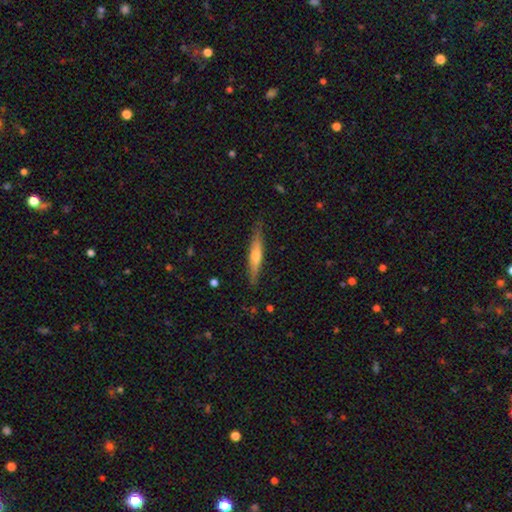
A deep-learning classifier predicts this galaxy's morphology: A featured or disk galaxy (55%) viewed edge-on (94%) with a rounded central bulge (80%).

Vote fractions:
- Smooth or featured? featured or disk: 55% / smooth: 39% / star or artifact: 6%
- Edge-on disk? yes: 94% / no: 6%
- Edge-on bulge? rounded: 80% / none: 15% / boxy: 5%
- Merging? none: 86% / minor disturbance: 11% / major disturbance: 2% / merger: 1%